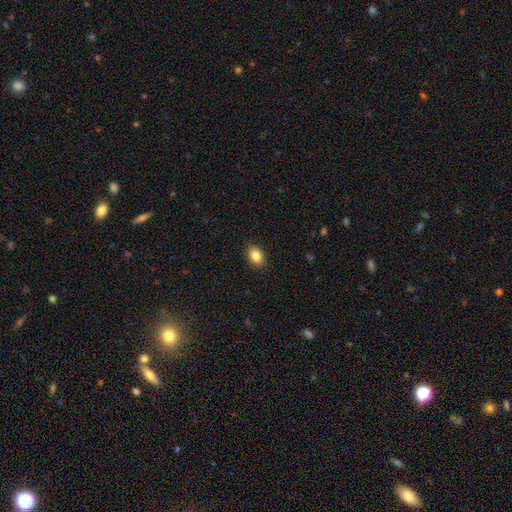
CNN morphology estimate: smooth 85%, star or artifact 9%, featured or disk 6%. Down the decision tree: how rounded — in between (77%); merging — none (90%).